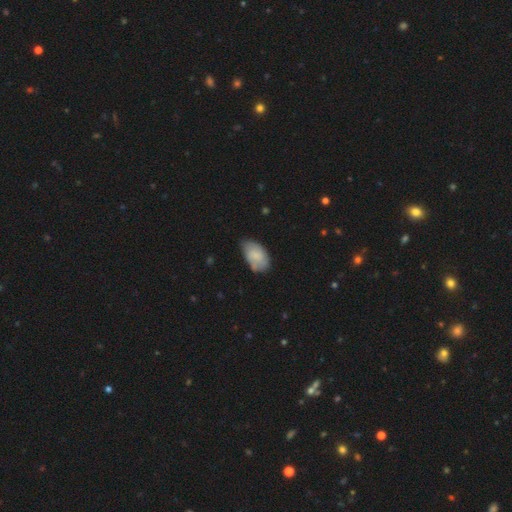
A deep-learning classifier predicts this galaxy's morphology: smooth_or_featured: smooth (p=0.75) [alt: featured or disk p=0.19]
how_rounded: in between (p=0.93) [alt: round p=0.05]
merging: none (p=0.55) [alt: minor disturbance p=0.35]